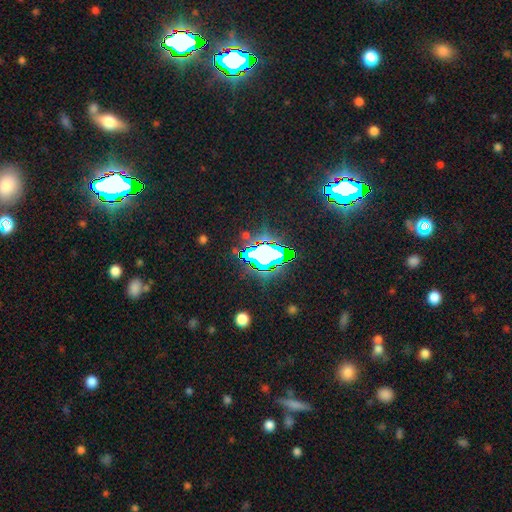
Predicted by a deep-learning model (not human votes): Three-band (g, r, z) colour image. It shows a star or artifact, not a galaxy (69%).